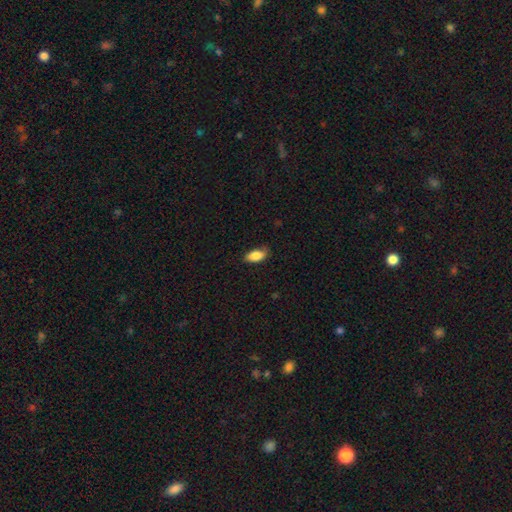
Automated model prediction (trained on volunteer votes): Q: Smooth or featured?
A: smooth (84%); runner-up: featured or disk (9%)
Q: How rounded?
A: in between (90%); runner-up: cigar-shaped (6%)
Q: Merging?
A: none (73%); runner-up: minor disturbance (22%)